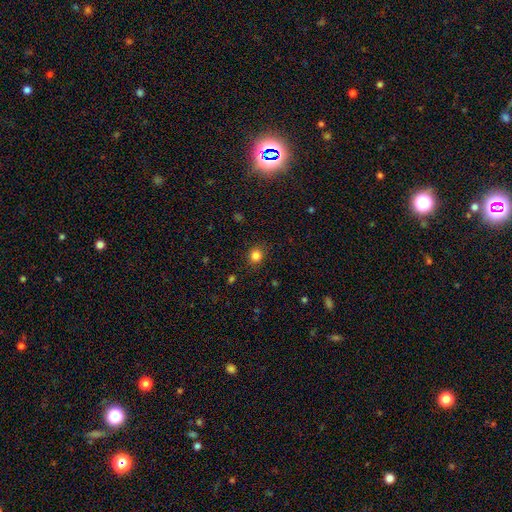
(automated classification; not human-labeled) Overall: smooth (83%). How rounded: round (81%). Merging: none (86%).